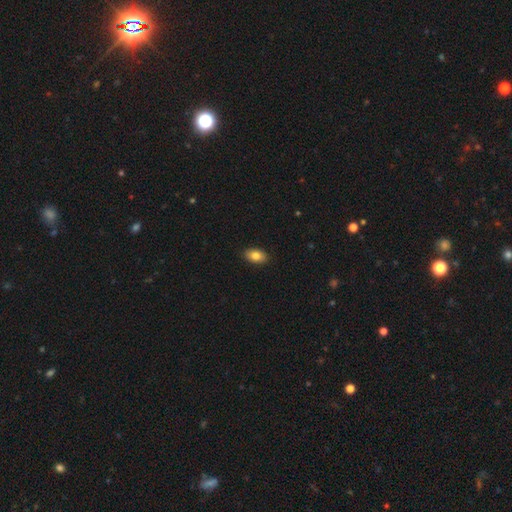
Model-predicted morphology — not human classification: The model was most divided on "smooth or featured": smooth: 83%, featured or disk: 10%, star or artifact: 7%. More confident: how rounded — in between (91%); merging — none (89%).